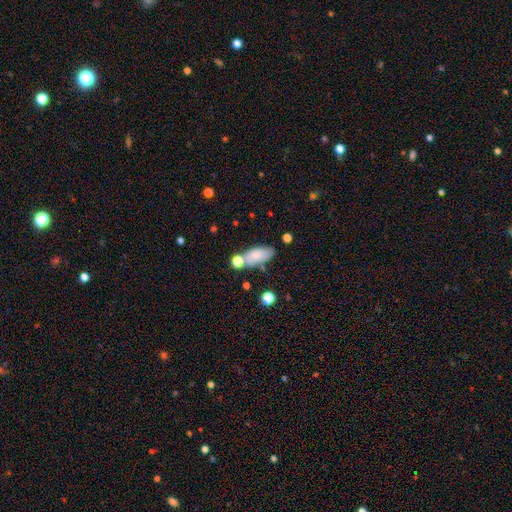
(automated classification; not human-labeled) A smooth galaxy with no disk features (76%) that is in between round and cigar-shaped (86%).

Vote fractions:
- Smooth or featured? smooth: 76% / featured or disk: 16% / star or artifact: 8%
- How rounded? in between: 86% / cigar-shaped: 10% / round: 3%
- Merging? none: 58% / minor disturbance: 19% / merger: 17% / major disturbance: 6%